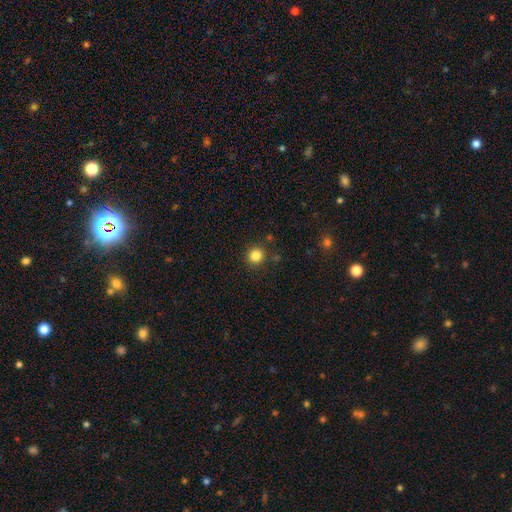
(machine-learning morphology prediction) This appears to be a smooth galaxy with no disk features (84%) that is round (93%). Merging: none (89%).